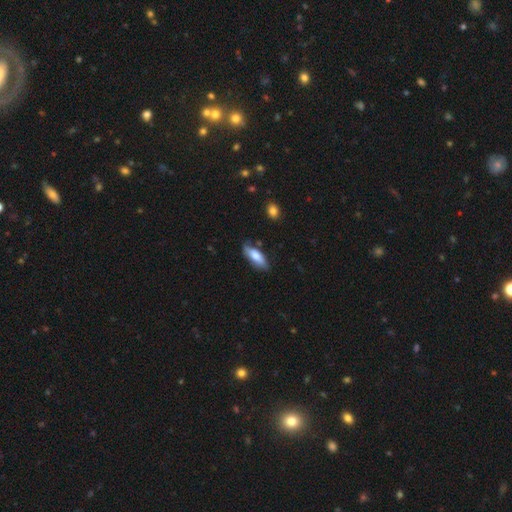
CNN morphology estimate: A smooth galaxy with no disk features (74%) that is in between round and cigar-shaped (67%). Merging: none (69%).